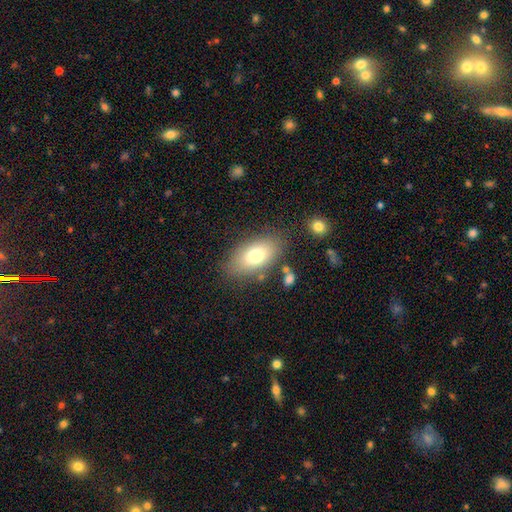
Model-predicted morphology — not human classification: This appears to be a smooth galaxy with no disk features (75%) that is in between round and cigar-shaped (90%). Merging: none (77%).